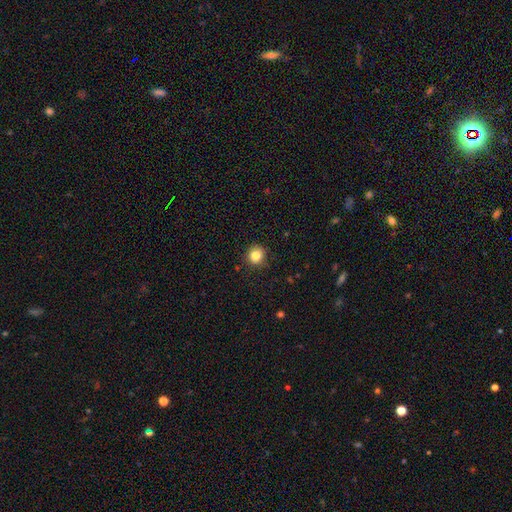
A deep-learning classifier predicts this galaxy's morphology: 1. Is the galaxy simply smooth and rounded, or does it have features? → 83% smooth, 11% star or artifact, 5% featured or disk.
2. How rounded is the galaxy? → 91% round, 8% in between, 1% cigar-shaped.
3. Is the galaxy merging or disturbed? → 89% none, 8% minor disturbance, 2% major disturbance, 1% merger.